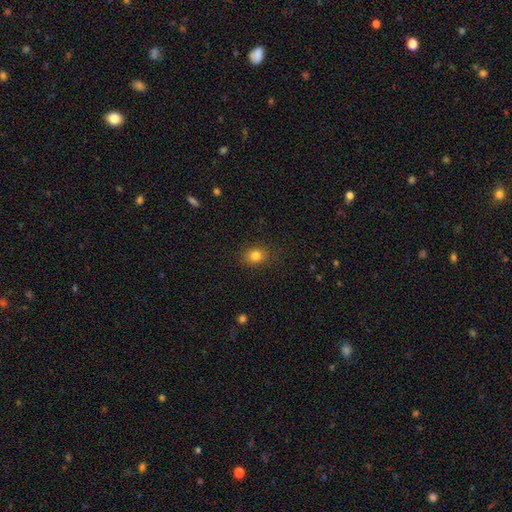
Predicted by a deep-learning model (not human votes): Smooth or featured: smooth — 82% (star or artifact — 12%)
How rounded: round — 56% (in between — 43%)
Merging: none — 86% (minor disturbance — 10%)